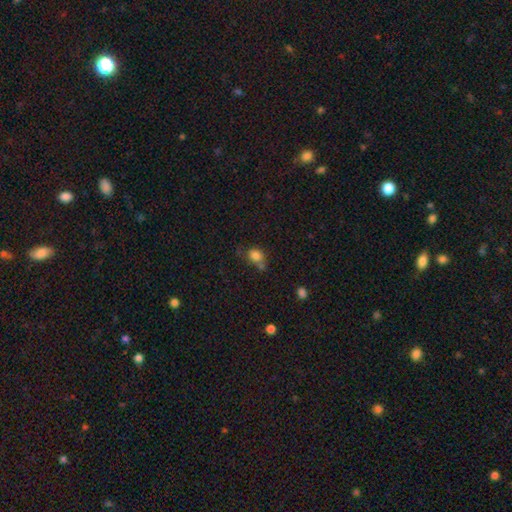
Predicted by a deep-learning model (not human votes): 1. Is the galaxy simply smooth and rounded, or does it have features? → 80% smooth, 12% star or artifact, 8% featured or disk.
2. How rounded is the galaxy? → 60% round, 39% in between, 1% cigar-shaped.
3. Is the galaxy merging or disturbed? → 47% none, 26% merger, 19% minor disturbance, 8% major disturbance.